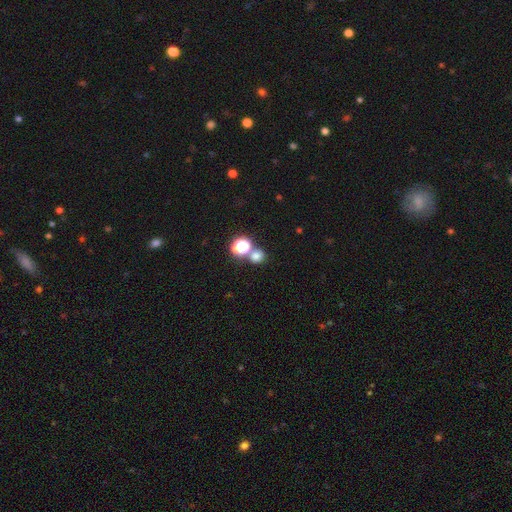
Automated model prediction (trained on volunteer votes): This appears to be a smooth galaxy with no disk features (66%) that is round (83%). Merging: none (64%).